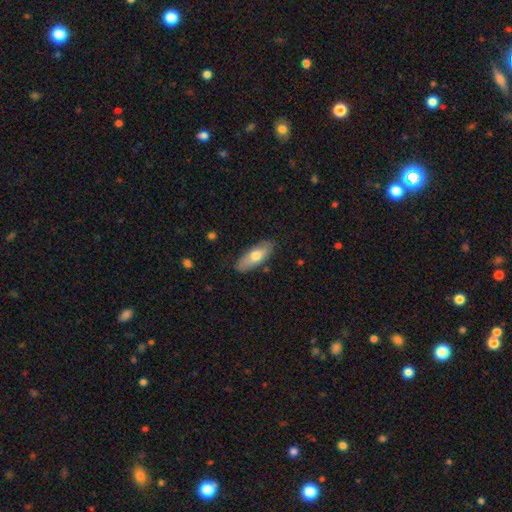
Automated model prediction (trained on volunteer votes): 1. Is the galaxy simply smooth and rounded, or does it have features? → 69% smooth, 26% featured or disk, 6% star or artifact.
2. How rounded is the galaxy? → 73% in between, 25% cigar-shaped, 2% round.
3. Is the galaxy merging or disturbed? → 85% none, 12% minor disturbance, 2% major disturbance, 1% merger.